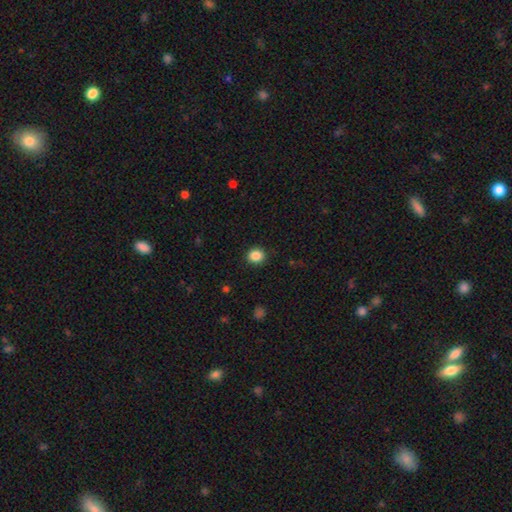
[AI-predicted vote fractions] A smooth galaxy with no disk features (86%) that is round (79%). Merging: none (91%).